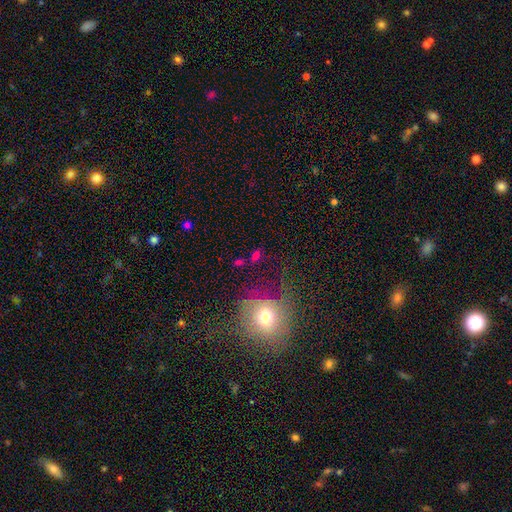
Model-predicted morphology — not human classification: Overall: smooth (58%; star or artifact 27%). How rounded: in between (60%; round 34%). Merging: none (63%).